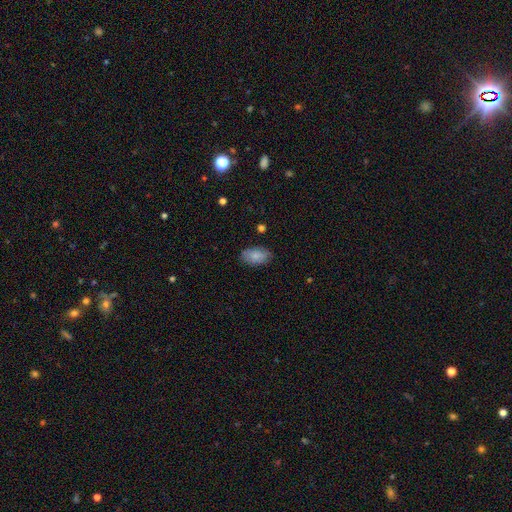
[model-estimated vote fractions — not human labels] This appears to be a smooth galaxy with no disk features (83%) that is in between round and cigar-shaped (94%). Merging: none (83%).